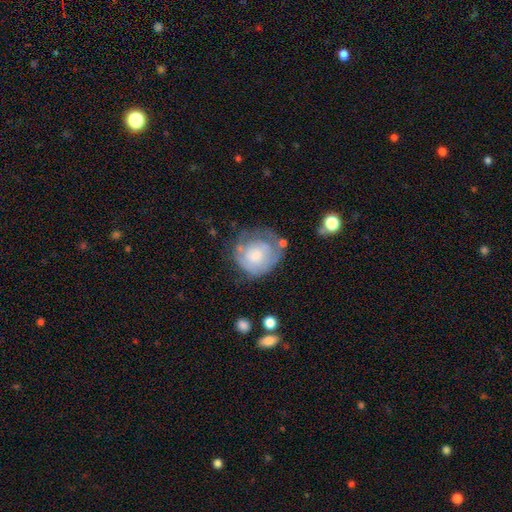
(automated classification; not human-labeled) featured or disk 49%, smooth 44%, star or artifact 7%. Down the decision tree: merging — none (48%).